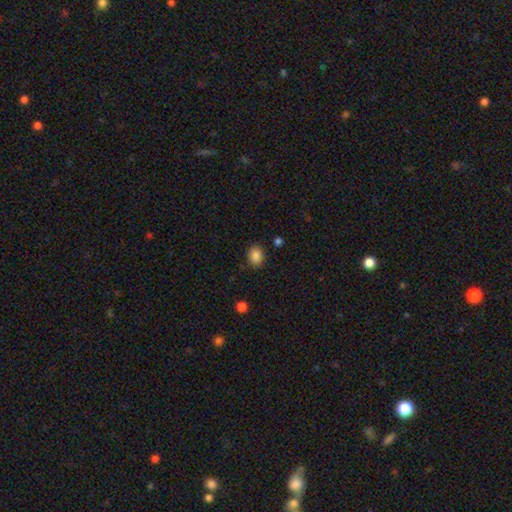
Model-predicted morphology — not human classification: smooth_or_featured: smooth (p=0.86) [alt: star or artifact p=0.10]
how_rounded: round (p=0.51) [alt: in between p=0.48]
merging: none (p=0.86) [alt: minor disturbance p=0.10]